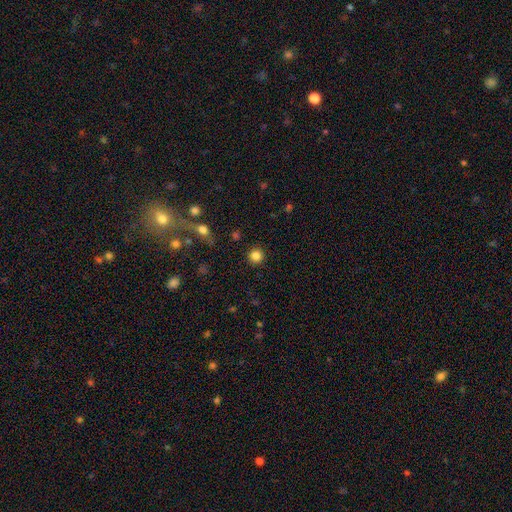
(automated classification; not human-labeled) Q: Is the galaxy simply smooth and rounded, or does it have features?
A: smooth — 84%.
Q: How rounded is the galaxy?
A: round — 95%.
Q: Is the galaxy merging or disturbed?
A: none — 91%.